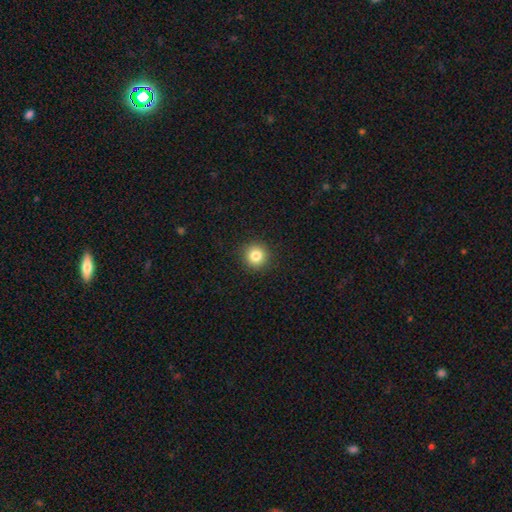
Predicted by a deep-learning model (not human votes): Morphology: type=smooth (83%); roundness=round (94%); merging=none (92%).